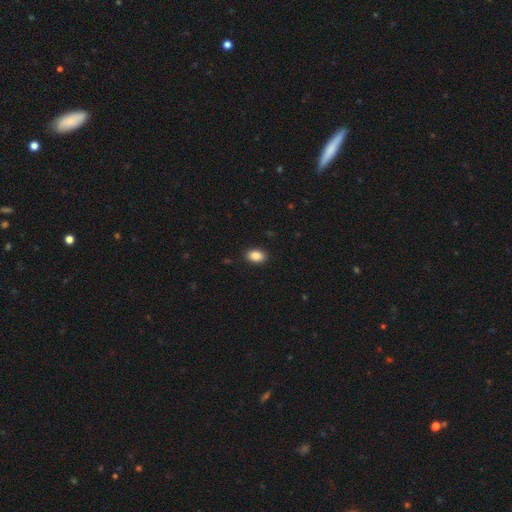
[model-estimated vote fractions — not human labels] A smooth galaxy with no disk features (87%) that is in between round and cigar-shaped (84%).

Vote fractions:
- Smooth or featured? smooth: 87% / star or artifact: 8% / featured or disk: 4%
- How rounded? in between: 84% / round: 15% / cigar-shaped: 1%
- Merging? none: 89% / minor disturbance: 8% / major disturbance: 2% / merger: 1%